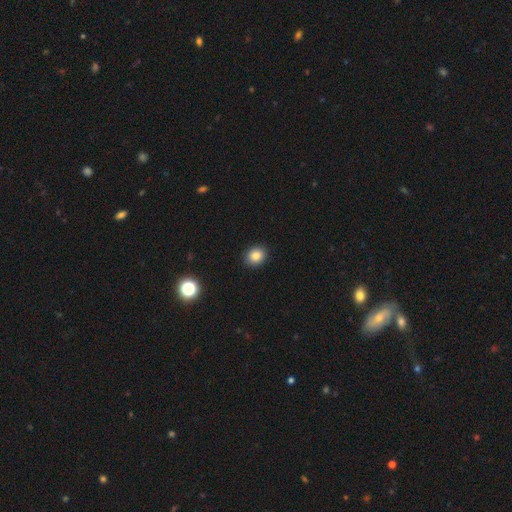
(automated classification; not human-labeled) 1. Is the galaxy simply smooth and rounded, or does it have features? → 83% smooth, 11% star or artifact, 6% featured or disk.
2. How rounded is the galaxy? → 67% round, 32% in between, 1% cigar-shaped.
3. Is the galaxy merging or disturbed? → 91% none, 6% minor disturbance, 2% major disturbance, 1% merger.